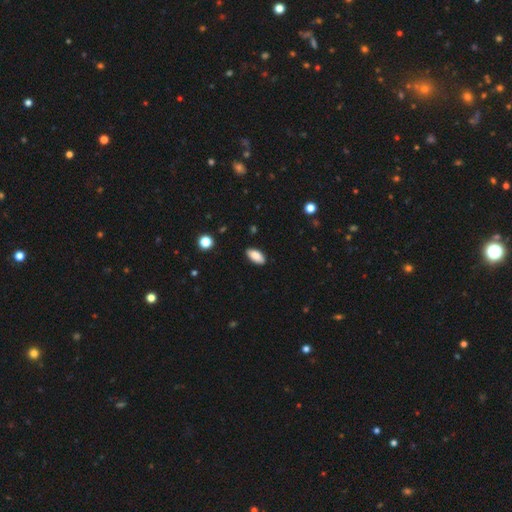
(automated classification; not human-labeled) Overall: smooth (87%). How rounded: in between (91%). Merging: none (88%).